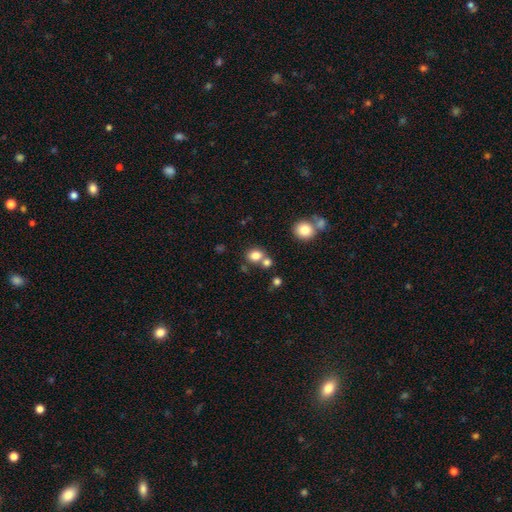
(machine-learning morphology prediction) The model was most divided on "how rounded": round: 62%, in between: 37%, cigar-shaped: 1%. More confident: smooth or featured — smooth (80%); merging — none (57%).